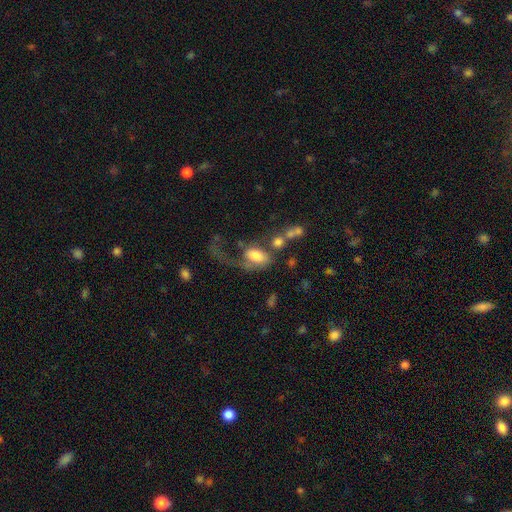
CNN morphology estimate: smooth 56%, featured or disk 34%, star or artifact 9%. Down the decision tree: how rounded — in between (86%); merging — major disturbance (48%).